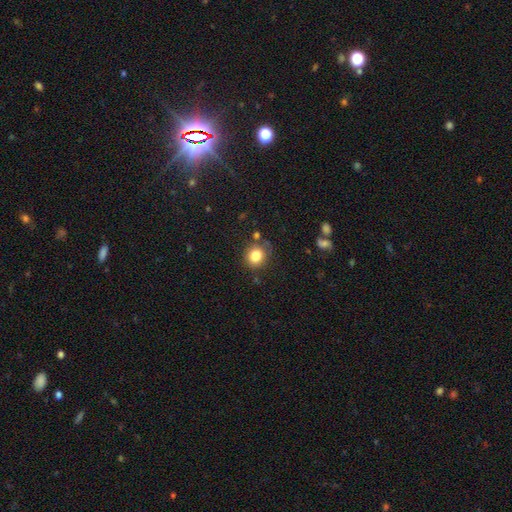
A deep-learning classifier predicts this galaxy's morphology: This is clearly a smooth galaxy (82%). How rounded: clearly round (81%). Merging: likely none (77%).